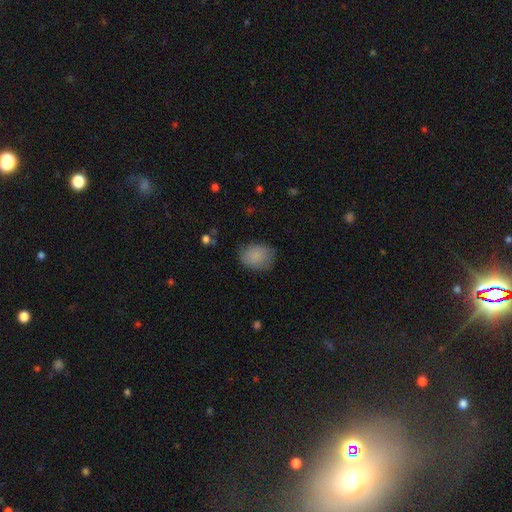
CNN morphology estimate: Smooth or featured? smooth (85%)
How rounded? in between (57%)
Merging? none (75%)